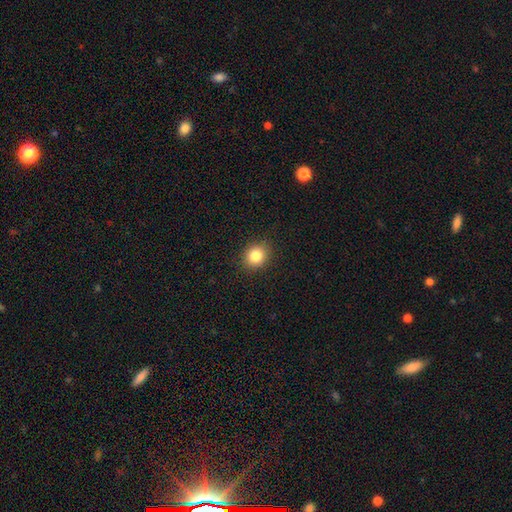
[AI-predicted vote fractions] Smooth or featured: smooth — 83% (star or artifact — 11%)
How rounded: round — 71% (in between — 28%)
Merging: none — 89% (minor disturbance — 8%)